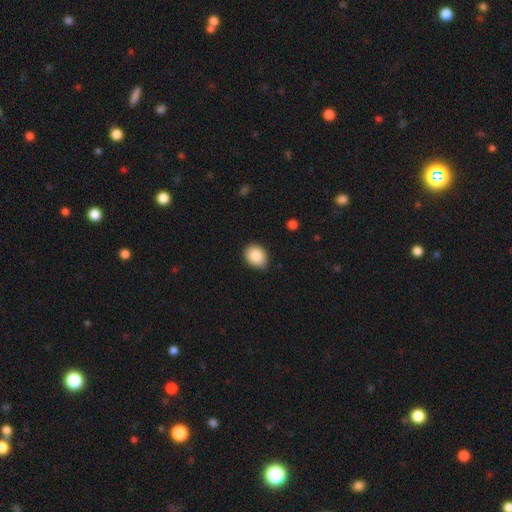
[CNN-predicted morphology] This appears to be a smooth galaxy with no disk features (86%) that is in between round and cigar-shaped (53%). Merging: none (77%).